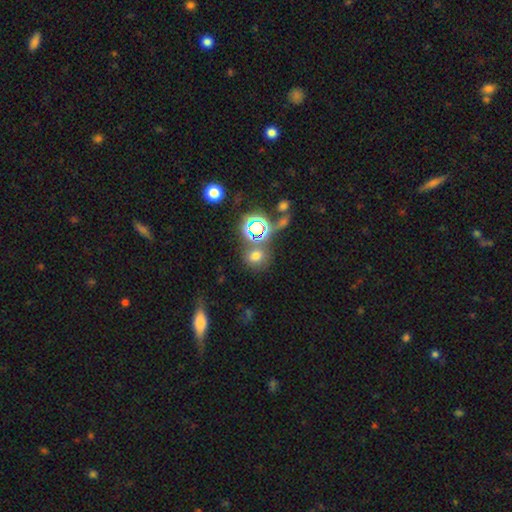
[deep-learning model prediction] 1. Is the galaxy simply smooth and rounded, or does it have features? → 61% smooth, 30% star or artifact, 9% featured or disk.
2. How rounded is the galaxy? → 70% round, 28% in between, 2% cigar-shaped.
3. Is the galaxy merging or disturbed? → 70% none, 13% merger, 11% minor disturbance, 6% major disturbance.